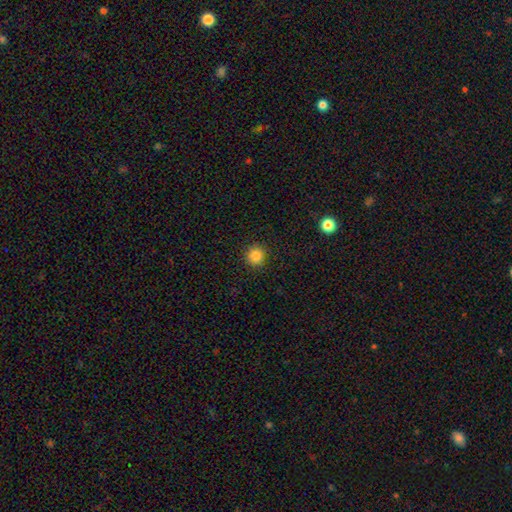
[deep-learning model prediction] Smooth or featured? Predicted: smooth (p=0.86). How rounded? Predicted: round (p=0.93). Merging? Predicted: none (p=0.91).